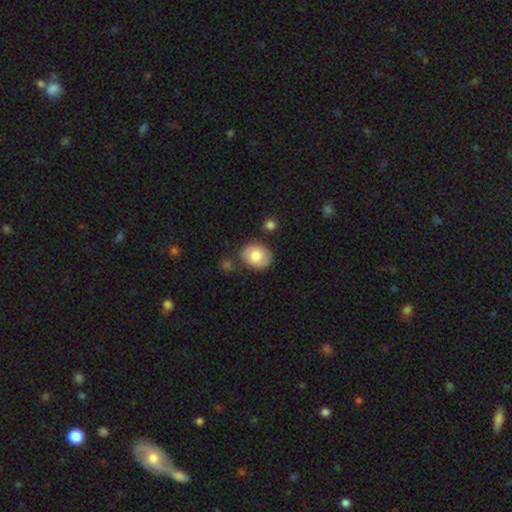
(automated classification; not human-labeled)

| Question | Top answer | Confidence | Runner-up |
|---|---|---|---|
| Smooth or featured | smooth | 81% | featured or disk (12%) |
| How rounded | in between | 52% | round (47%) |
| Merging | none | 73% | minor disturbance (17%) |